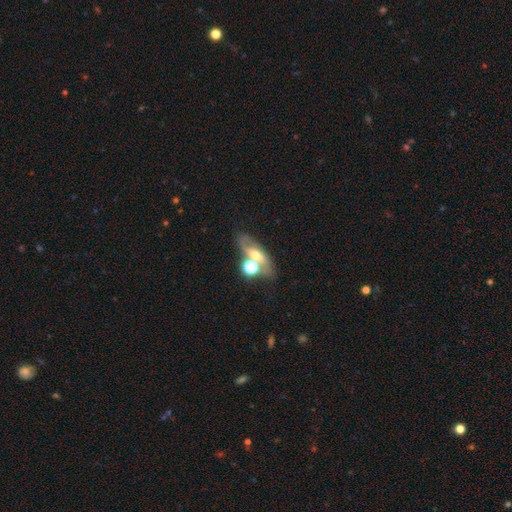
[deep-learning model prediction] Overall: featured or disk (50%; smooth 35%). Edge-on disk: no (79%). Merging: none (52%; merger 26%).